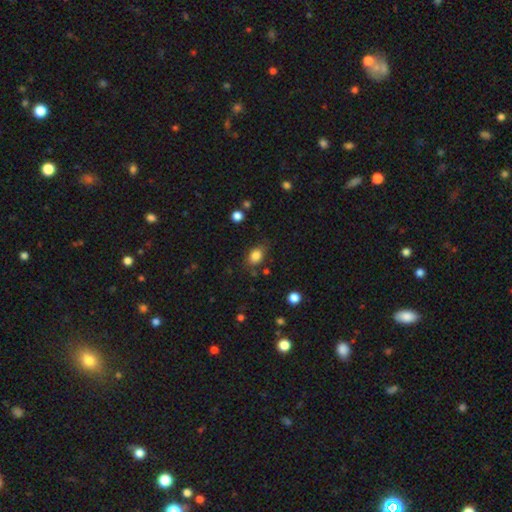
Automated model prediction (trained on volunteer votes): Smooth or featured? smooth (83%)
How rounded? in between (68%)
Merging? none (72%)